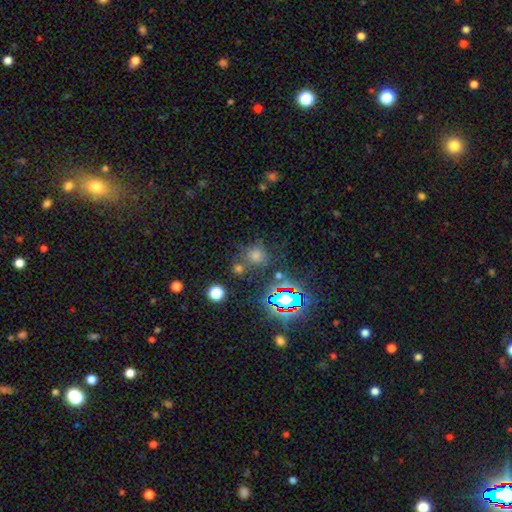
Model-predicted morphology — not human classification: A smooth galaxy with no disk features (50%) that is round (84%). Merging: none (68%).